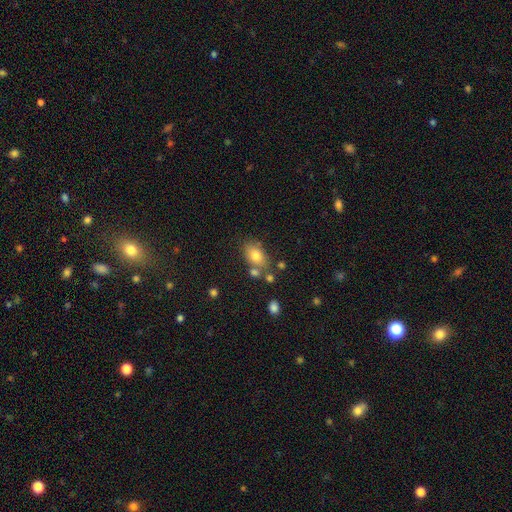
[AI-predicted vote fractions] smooth-or-featured: smooth: 77% | featured or disk: 13% | star or artifact: 10%
  how-rounded: in between: 82% | round: 16% | cigar-shaped: 2%
  merging: none: 65% | merger: 15% | minor disturbance: 15% | major disturbance: 5%